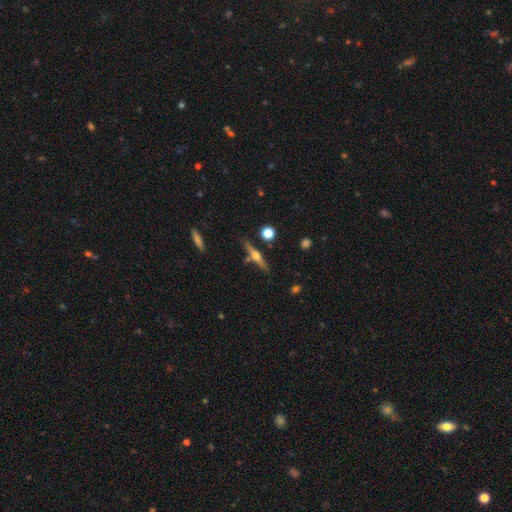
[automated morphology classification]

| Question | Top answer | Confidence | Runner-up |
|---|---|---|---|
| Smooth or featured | featured or disk | 69% | smooth (24%) |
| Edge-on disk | yes | 97% | no (3%) |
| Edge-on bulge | rounded | 94% | boxy (3%) |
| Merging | none | 82% | minor disturbance (9%) |